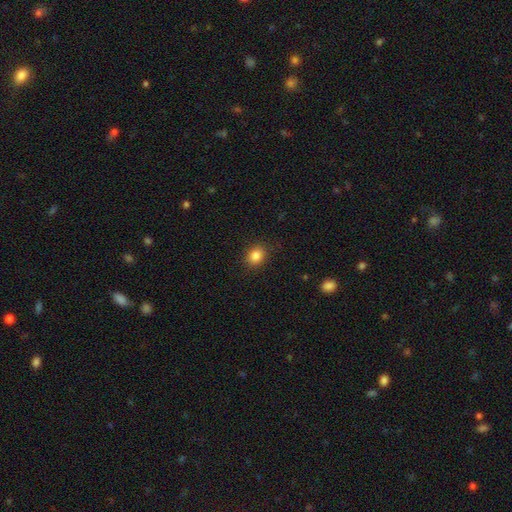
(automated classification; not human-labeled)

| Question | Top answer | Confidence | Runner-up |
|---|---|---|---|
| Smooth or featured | smooth | 85% | star or artifact (10%) |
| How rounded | round | 55% | in between (44%) |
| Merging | none | 88% | minor disturbance (9%) |